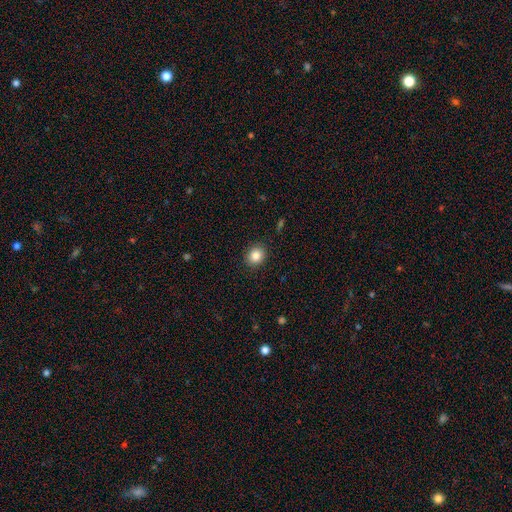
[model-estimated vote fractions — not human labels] Smooth or featured?
  - smooth: 85% *
  - star or artifact: 10%
  - featured or disk: 5%
How rounded?
  - round: 66% *
  - in between: 33%
  - cigar-shaped: 1%
Merging?
  - none: 90% *
  - minor disturbance: 7%
  - major disturbance: 2%
  - merger: 1%